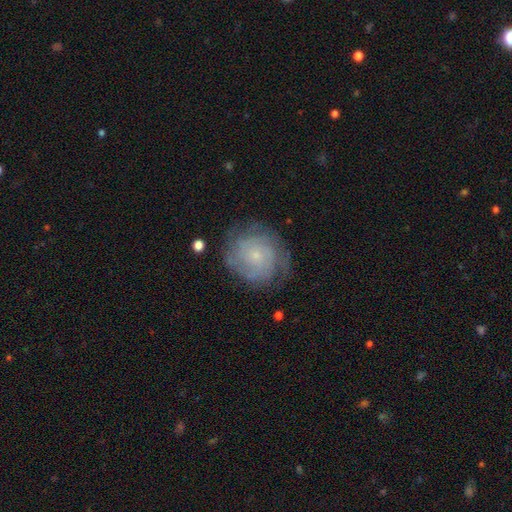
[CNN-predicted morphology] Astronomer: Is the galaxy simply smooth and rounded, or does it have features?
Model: featured or disk — 65%.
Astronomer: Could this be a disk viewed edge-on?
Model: no — 98%.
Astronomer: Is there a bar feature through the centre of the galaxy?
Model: no — 82%.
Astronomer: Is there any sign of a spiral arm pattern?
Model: yes — 87%.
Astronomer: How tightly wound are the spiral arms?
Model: tight — 68%.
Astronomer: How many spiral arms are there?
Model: can't tell — 49%.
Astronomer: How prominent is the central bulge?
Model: small — 79%.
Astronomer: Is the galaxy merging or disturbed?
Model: none — 71%.